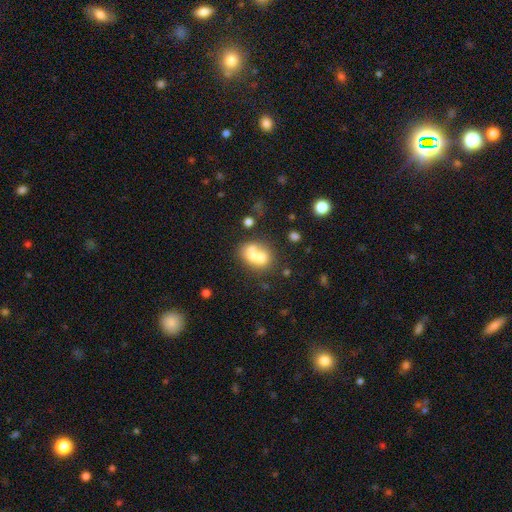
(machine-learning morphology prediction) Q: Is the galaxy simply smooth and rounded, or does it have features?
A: smooth — 60%.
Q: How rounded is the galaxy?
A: round — 55%.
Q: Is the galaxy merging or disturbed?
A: merger — 61%.